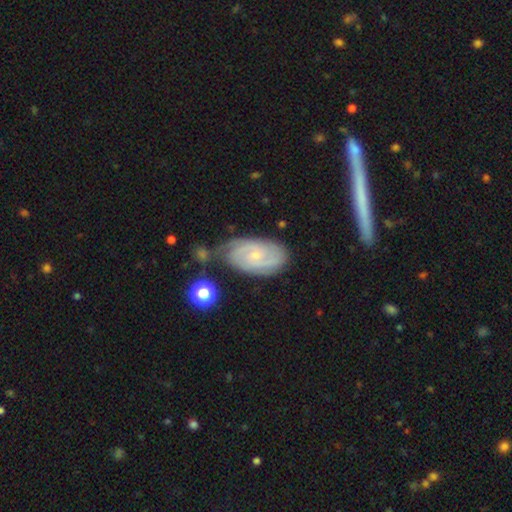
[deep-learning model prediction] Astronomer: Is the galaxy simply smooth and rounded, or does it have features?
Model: featured or disk — 81%.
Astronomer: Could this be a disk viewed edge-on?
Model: no — 96%.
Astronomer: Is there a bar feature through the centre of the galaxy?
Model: no — 63%.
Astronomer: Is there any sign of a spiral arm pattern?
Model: yes — 95%.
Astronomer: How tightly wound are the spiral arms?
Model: tight — 61%.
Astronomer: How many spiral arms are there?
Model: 2 — 46% (runner-up: can't tell, 23%).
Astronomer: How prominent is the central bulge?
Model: small — 75%.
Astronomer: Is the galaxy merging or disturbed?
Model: none — 64%.